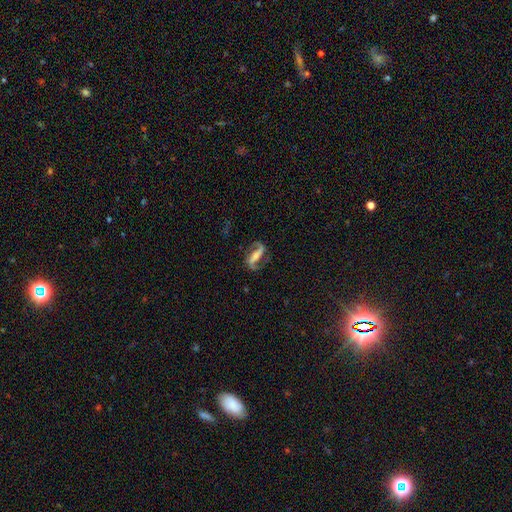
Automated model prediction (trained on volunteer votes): Morphology: type=featured or disk (83%); edge-on=no (93%); bar=strong (61%); spiral arms=yes (94%); winding=loose (46%); arm count=2 (91%); bulge=small (32%); merging=none (71%).